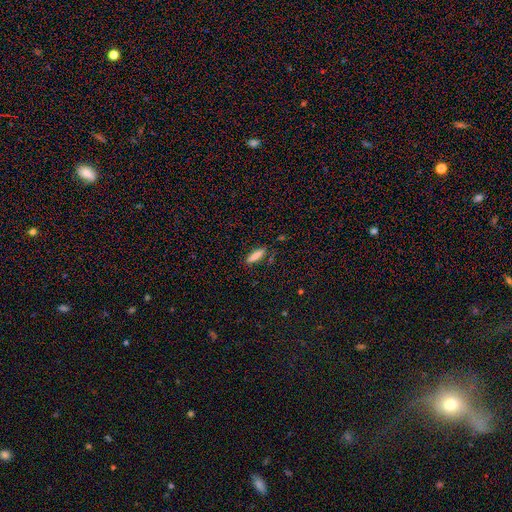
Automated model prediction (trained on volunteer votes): A smooth galaxy with no disk features (82%) that is cigar-shaped (68%). Merging: none (82%).